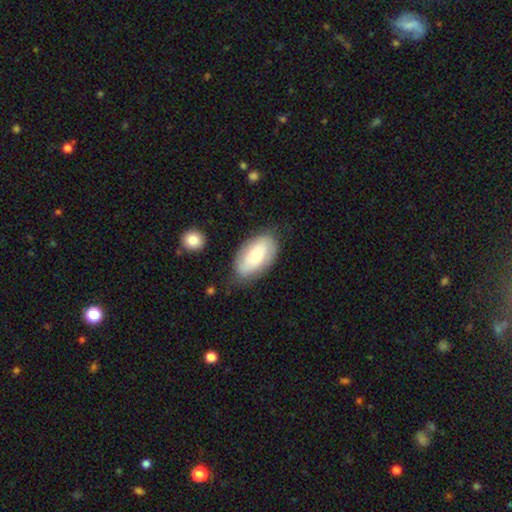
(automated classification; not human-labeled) Overall: smooth (59%; featured or disk 34%). How rounded: in between (94%). Merging: none (72%).